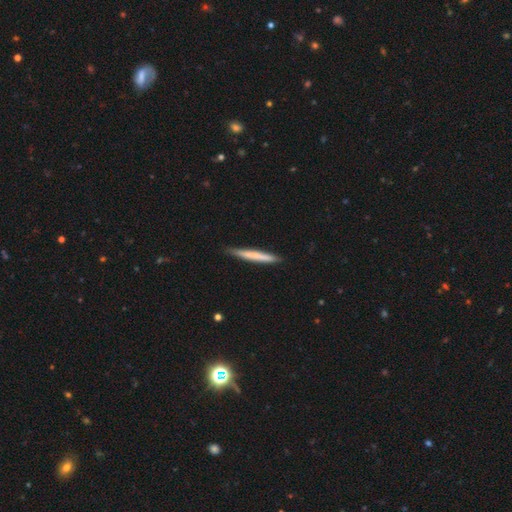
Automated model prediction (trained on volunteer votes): This is likely a smooth galaxy (65%). How rounded: clearly cigar-shaped (97%). Merging: clearly none (87%).